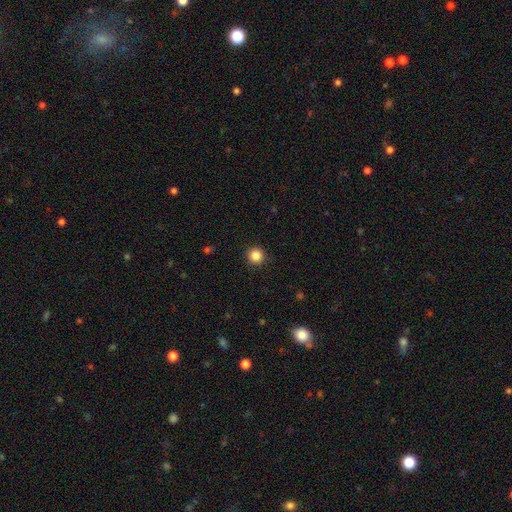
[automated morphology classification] A smooth galaxy with no disk features (85%) that is round (95%).

Vote fractions:
- Smooth or featured? smooth: 85% / star or artifact: 11% / featured or disk: 4%
- How rounded? round: 95% / in between: 4% / cigar-shaped: 1%
- Merging? none: 92% / minor disturbance: 6% / major disturbance: 2% / merger: 1%